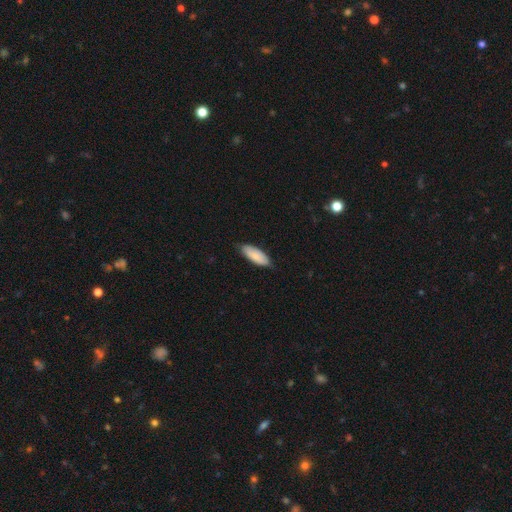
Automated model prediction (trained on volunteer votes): smooth_or_featured: smooth (p=0.82) [alt: featured or disk p=0.12]
how_rounded: in between (p=0.76) [alt: cigar-shaped p=0.22]
merging: none (p=0.79) [alt: minor disturbance p=0.18]